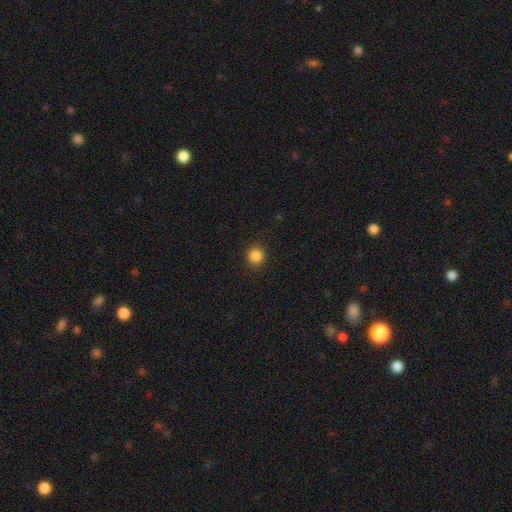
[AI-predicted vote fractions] This appears to be a smooth galaxy with no disk features (86%) that is round (92%). Merging: none (89%).